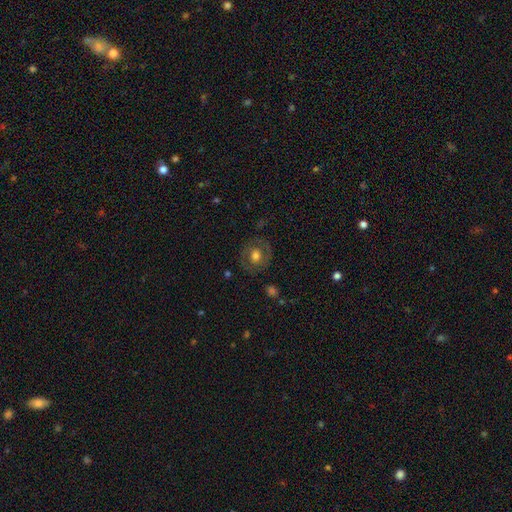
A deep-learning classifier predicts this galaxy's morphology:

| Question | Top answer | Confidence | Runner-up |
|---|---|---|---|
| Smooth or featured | smooth | 54% | featured or disk (38%) |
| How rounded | round | 79% | in between (20%) |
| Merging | none | 80% | minor disturbance (13%) |